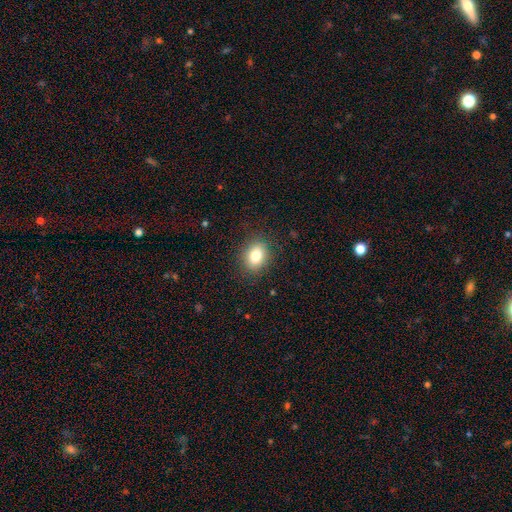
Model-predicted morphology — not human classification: A smooth galaxy with no disk features (81%) that is in between round and cigar-shaped (62%). Merging: none (87%).